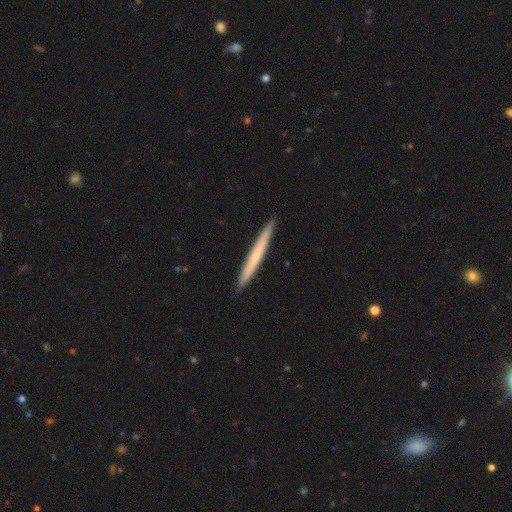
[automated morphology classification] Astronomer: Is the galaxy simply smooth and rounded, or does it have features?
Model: smooth — 54% (runner-up: featured or disk, 41%).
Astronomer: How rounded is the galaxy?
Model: cigar-shaped — 97%.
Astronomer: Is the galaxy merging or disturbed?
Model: none — 93%.